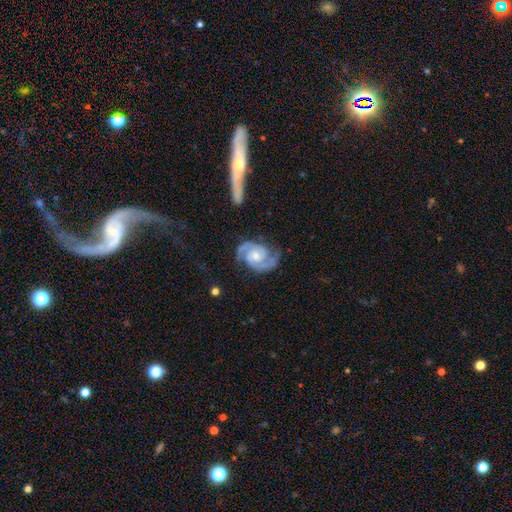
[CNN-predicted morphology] A featured or disk galaxy (92%) with no bar (60%), 2 (92%) medium (50%) spiral arms (99%) and a moderate central bulge (50%). Merging: none (77%).